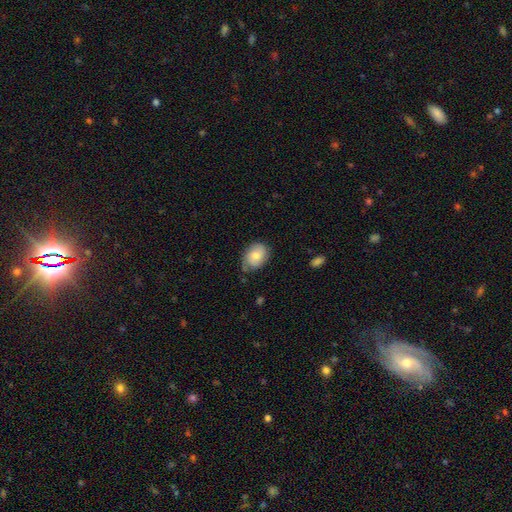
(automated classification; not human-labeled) A smooth galaxy with no disk features (69%) that is in between round and cigar-shaped (66%).

Vote fractions:
- Smooth or featured? smooth: 69% / featured or disk: 24% / star or artifact: 7%
- How rounded? in between: 66% / round: 33% / cigar-shaped: 1%
- Merging? none: 65% / minor disturbance: 28% / major disturbance: 6% / merger: 2%